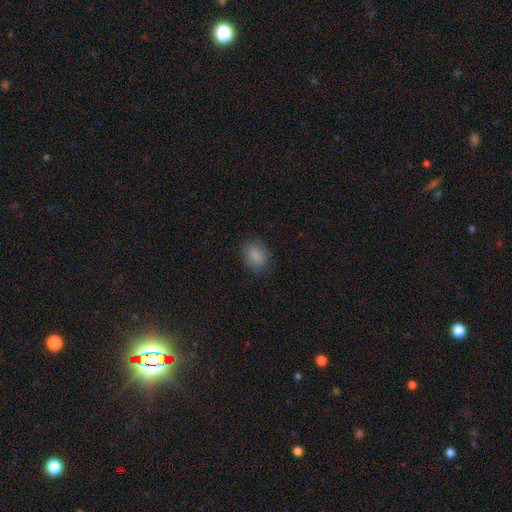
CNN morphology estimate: Smooth or featured? Predicted: smooth (p=0.87). How rounded? Predicted: round (p=0.52). Merging? Predicted: none (p=0.84).